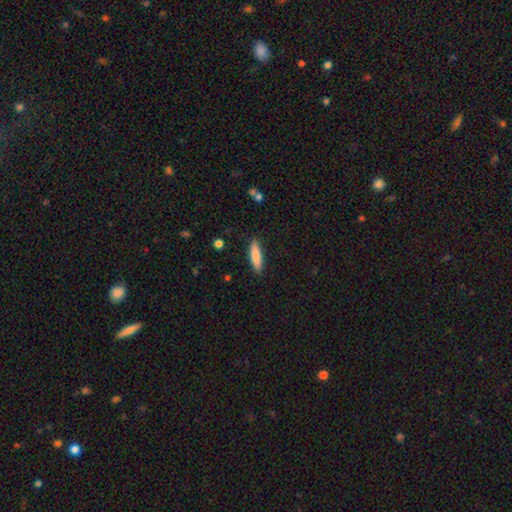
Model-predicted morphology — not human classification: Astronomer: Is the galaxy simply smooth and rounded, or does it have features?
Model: smooth — 83%.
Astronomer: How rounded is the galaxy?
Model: cigar-shaped — 76%.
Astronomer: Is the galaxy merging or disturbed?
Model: none — 88%.